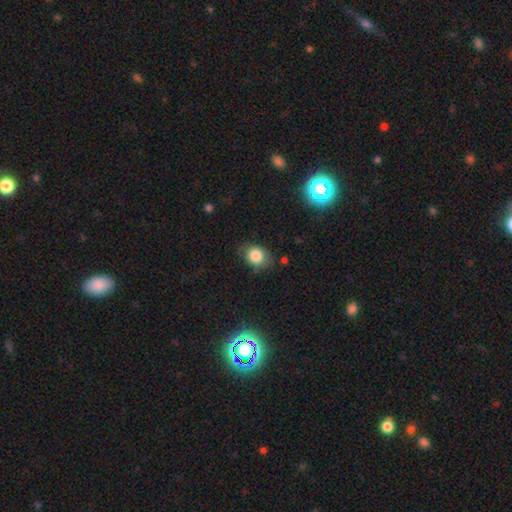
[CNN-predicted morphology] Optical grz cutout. It shows a smooth galaxy with no disk features (81%) that is in between round and cigar-shaped (56%). Merging: none (72%).